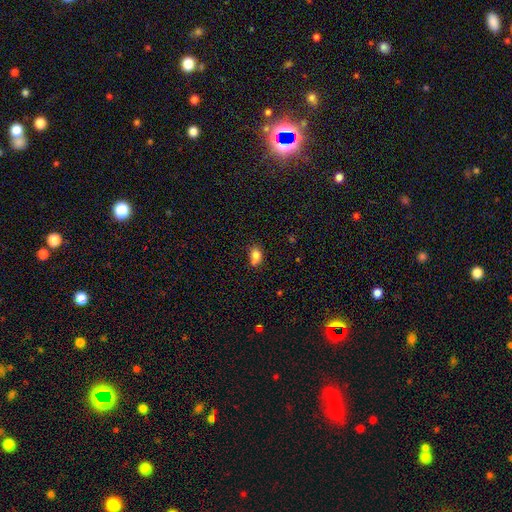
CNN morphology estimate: Smooth or featured?
  - smooth: 80% *
  - star or artifact: 11%
  - featured or disk: 9%
How rounded?
  - in between: 60% *
  - round: 39%
  - cigar-shaped: 1%
Merging?
  - none: 50% *
  - minor disturbance: 25%
  - merger: 19%
  - major disturbance: 7%